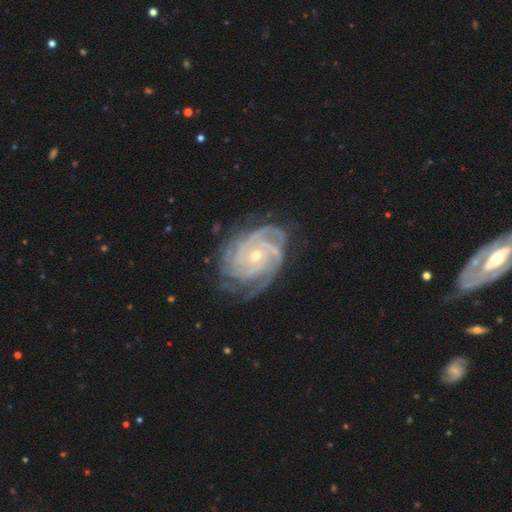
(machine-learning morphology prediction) smooth-or-featured: featured or disk: 92% | star or artifact: 5% | smooth: 4%
  disk-edge-on: no: 97% | yes: 3%
    bar: no: 74% | weak: 20% | strong: 6%
    has-spiral-arms: yes: 98% | no: 2%
      spiral-winding: tight: 77% | medium: 21% | loose: 3%
      spiral-arm-count: 4: 29% | 3: 24% | can't tell: 17% | more than 4: 12% | 2: 11% | 1: 7%
    bulge-size: small: 66% | moderate: 32% | large: 1% | none: 1% | dominant: 1%
  merging: none: 71% | minor disturbance: 19% | major disturbance: 7% | merger: 2%